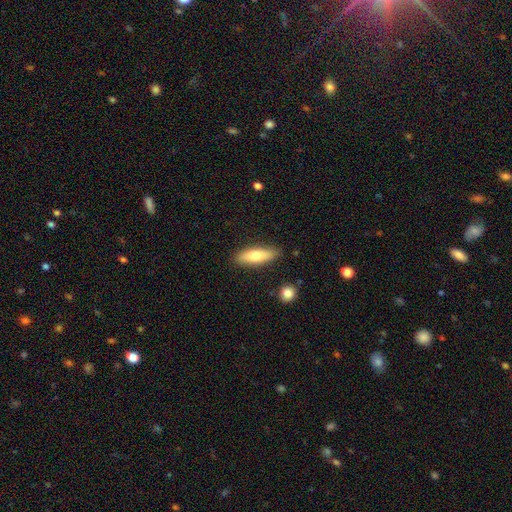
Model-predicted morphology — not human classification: smooth_or_featured: smooth (p=0.73) [alt: featured or disk p=0.21]
how_rounded: in between (p=0.52) [alt: cigar-shaped p=0.46]
merging: none (p=0.86) [alt: minor disturbance p=0.10]